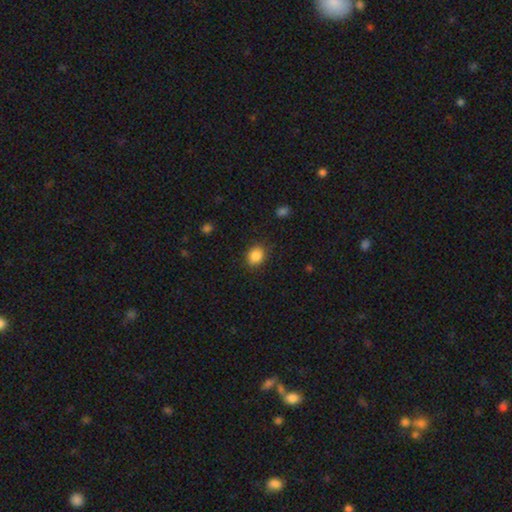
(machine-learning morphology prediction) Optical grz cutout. It shows a smooth galaxy with no disk features (87%) that is round (57%). Merging: none (84%).